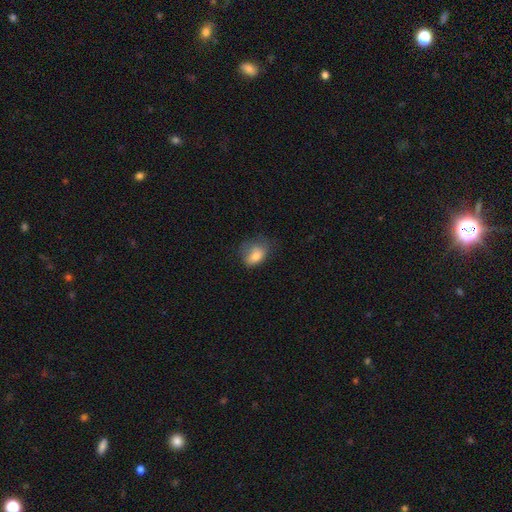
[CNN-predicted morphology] The model was most divided on "merging": none: 42%, minor disturbance: 34%, major disturbance: 22%, merger: 2%. More confident: smooth or featured — smooth (77%); how rounded — in between (74%).